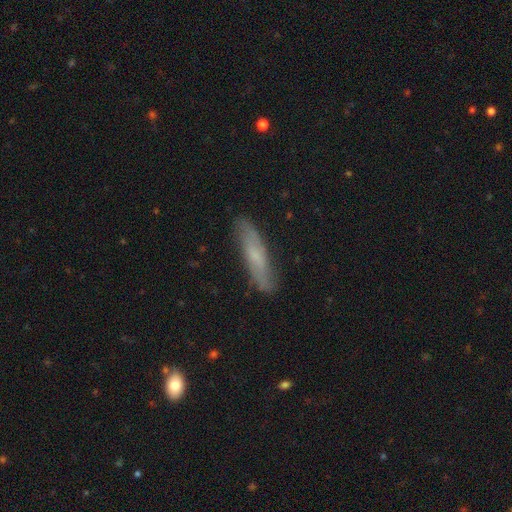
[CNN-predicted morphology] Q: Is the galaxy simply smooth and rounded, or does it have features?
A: smooth — 52%.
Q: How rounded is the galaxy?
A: cigar-shaped — 80%.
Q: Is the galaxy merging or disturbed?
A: none — 84%.